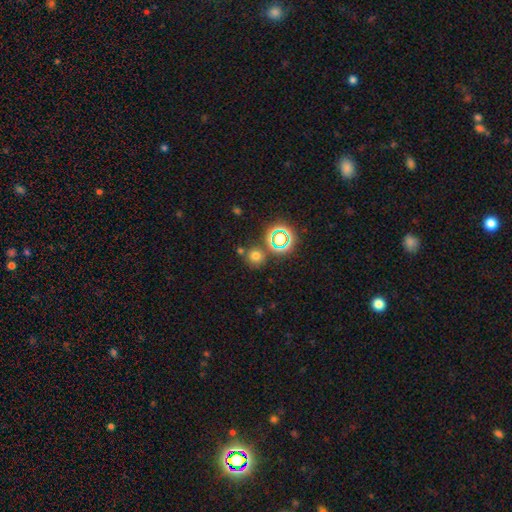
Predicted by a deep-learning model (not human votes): Morphology: type=smooth (65%); roundness=round (90%); merging=none (75%).